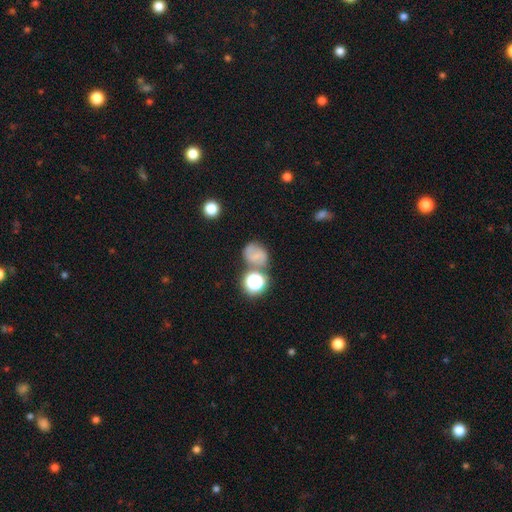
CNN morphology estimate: The model was most divided on "smooth or featured": smooth: 54%, featured or disk: 28%, star or artifact: 18%. More confident: how rounded — round (62%); merging — none (55%).